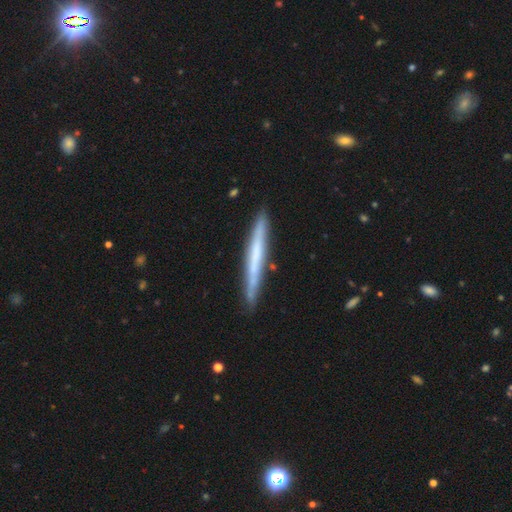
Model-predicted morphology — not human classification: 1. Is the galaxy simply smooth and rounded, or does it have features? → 47% featured or disk (tied), 47% smooth (tied), 6% star or artifact.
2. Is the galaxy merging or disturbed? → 87% none, 10% minor disturbance, 2% merger, 2% major disturbance.